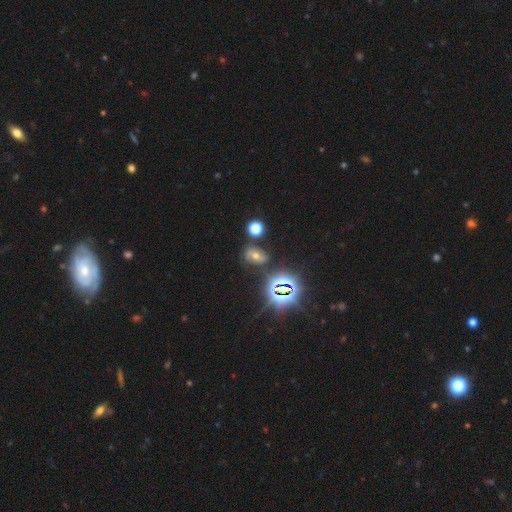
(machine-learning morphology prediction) Overall: star or artifact (38%; featured or disk 34%).